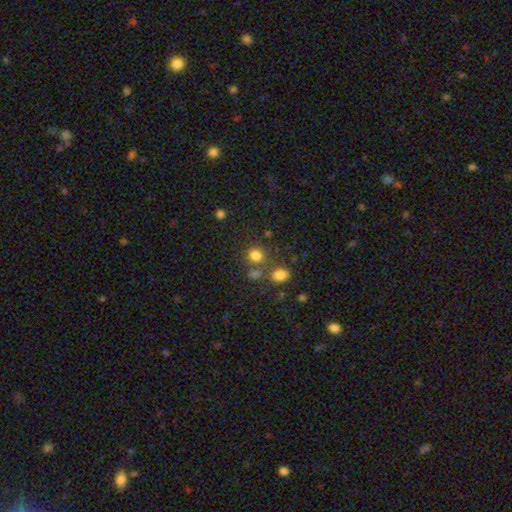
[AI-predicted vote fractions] Q: Smooth or featured?
A: smooth (79%); runner-up: star or artifact (15%)
Q: How rounded?
A: round (77%); runner-up: in between (22%)
Q: Merging?
A: none (65%); runner-up: merger (20%)